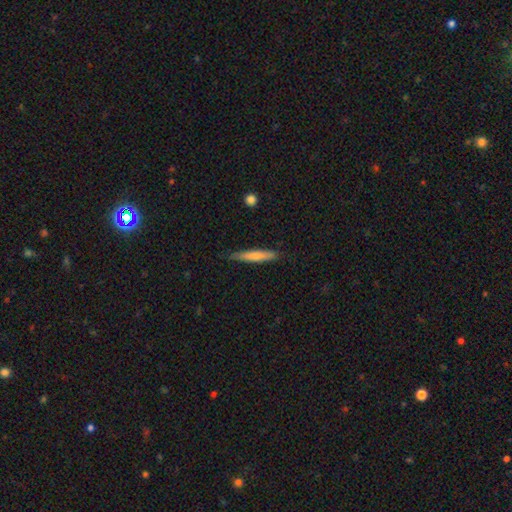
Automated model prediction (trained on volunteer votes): Smooth or featured: smooth — 68% (featured or disk — 27%)
How rounded: cigar-shaped — 91% (in between — 8%)
Merging: none — 82% (minor disturbance — 15%)